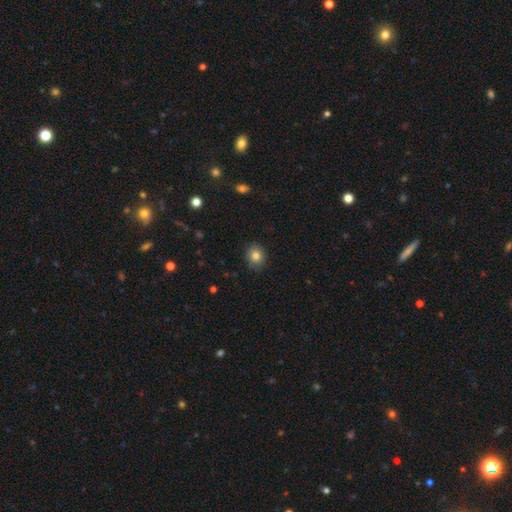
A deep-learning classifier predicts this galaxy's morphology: Smooth or featured?
  - smooth: 82% *
  - star or artifact: 10%
  - featured or disk: 8%
How rounded?
  - round: 63% *
  - in between: 36%
  - cigar-shaped: 1%
Merging?
  - none: 85% *
  - minor disturbance: 11%
  - major disturbance: 2%
  - merger: 1%